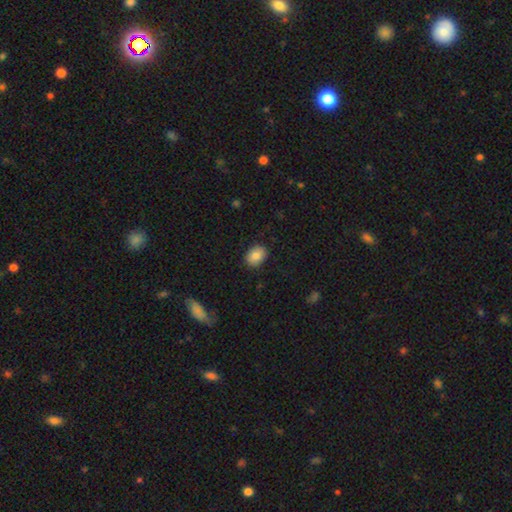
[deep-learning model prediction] A smooth galaxy with no disk features (84%) that is in between round and cigar-shaped (66%).

Vote fractions:
- Smooth or featured? smooth: 84% / featured or disk: 8% / star or artifact: 8%
- How rounded? in between: 66% / round: 33% / cigar-shaped: 1%
- Merging? none: 88% / minor disturbance: 9% / major disturbance: 2% / merger: 1%